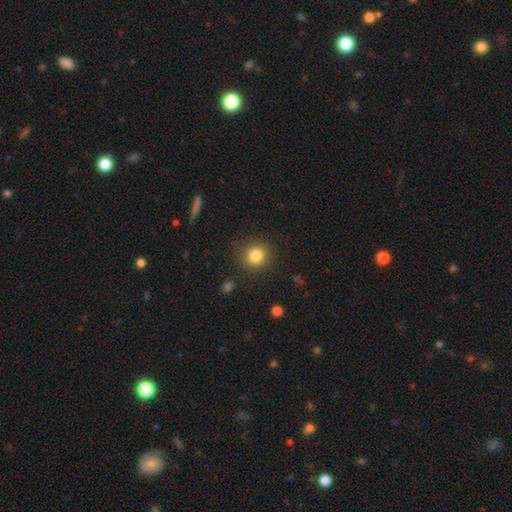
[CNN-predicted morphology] smooth 82%, star or artifact 11%, featured or disk 7%. Down the decision tree: how rounded — round (91%); merging — none (89%).